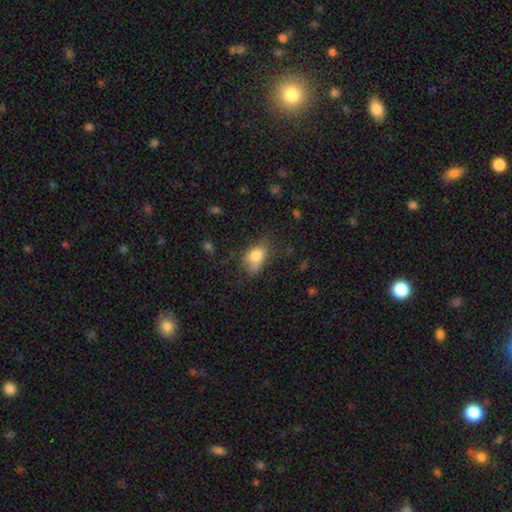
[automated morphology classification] Overall: smooth (77%). How rounded: in between (78%). Merging: none (48%; minor disturbance 31%).